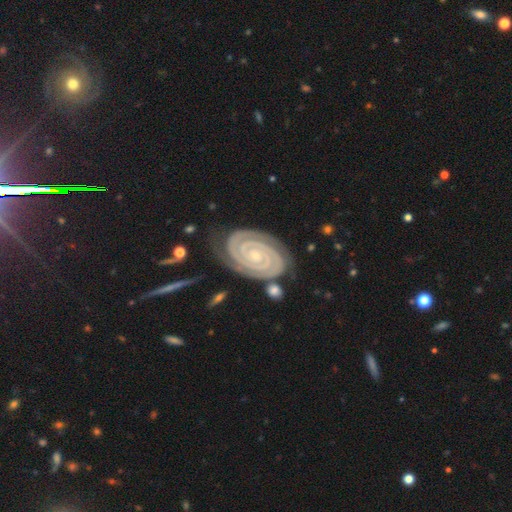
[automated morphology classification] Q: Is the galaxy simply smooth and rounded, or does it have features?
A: featured or disk — 93%.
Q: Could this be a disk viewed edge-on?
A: no — 97%.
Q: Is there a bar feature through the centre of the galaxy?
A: no — 69%.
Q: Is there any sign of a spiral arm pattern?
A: yes — 99%.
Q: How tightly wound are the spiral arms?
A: tight — 90%.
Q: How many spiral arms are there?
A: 2 — 80%.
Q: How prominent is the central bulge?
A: small — 77%.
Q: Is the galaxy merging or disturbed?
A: none — 82%.